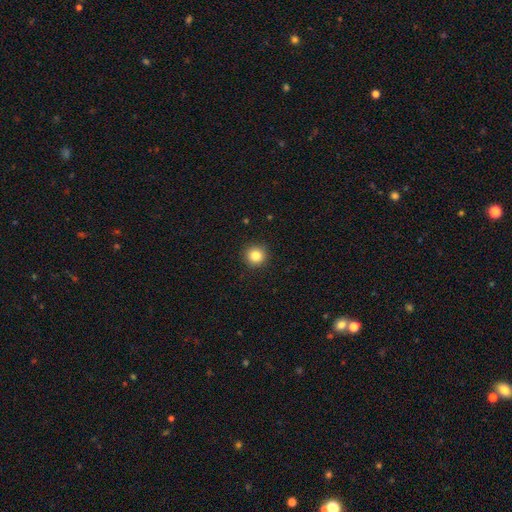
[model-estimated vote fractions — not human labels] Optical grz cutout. It shows a smooth galaxy with no disk features (83%) that is round (95%). Merging: none (92%).